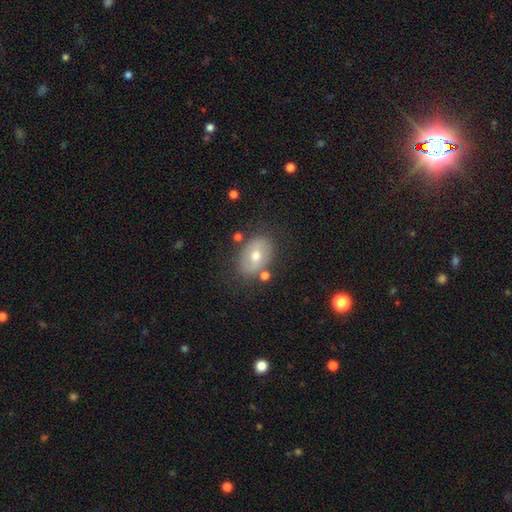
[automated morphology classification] A smooth galaxy with no disk features (54%) that is in between round and cigar-shaped (73%).

Vote fractions:
- Smooth or featured? smooth: 54% / featured or disk: 37% / star or artifact: 9%
- How rounded? in between: 73% / round: 26% / cigar-shaped: 1%
- Merging? none: 77% / minor disturbance: 14% / merger: 5% / major disturbance: 4%